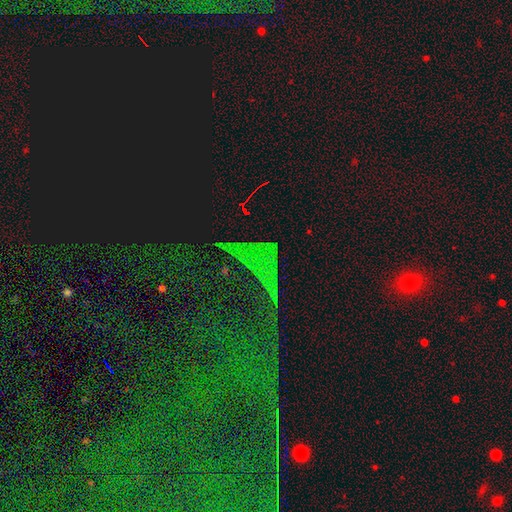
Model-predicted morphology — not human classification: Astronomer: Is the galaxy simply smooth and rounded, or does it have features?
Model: star or artifact — 82%.